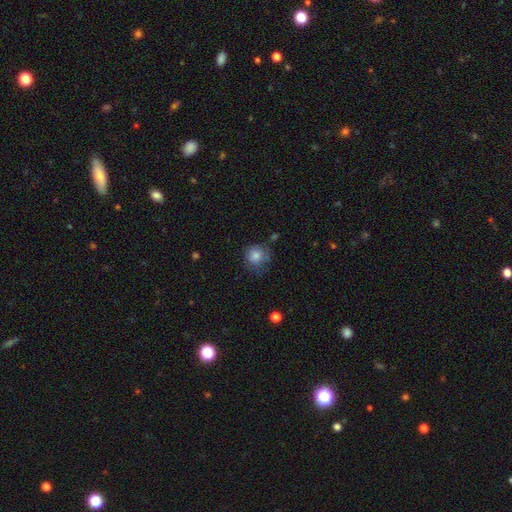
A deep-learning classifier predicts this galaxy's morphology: Q: Smooth or featured?
A: smooth (79%); runner-up: featured or disk (11%)
Q: How rounded?
A: round (87%); runner-up: in between (12%)
Q: Merging?
A: none (63%); runner-up: minor disturbance (24%)